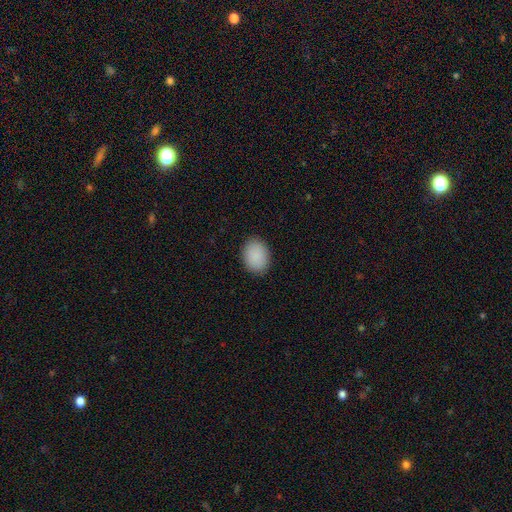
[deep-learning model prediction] Q: Smooth or featured?
A: smooth (90%); runner-up: star or artifact (7%)
Q: How rounded?
A: in between (69%); runner-up: round (30%)
Q: Merging?
A: none (89%); runner-up: minor disturbance (8%)